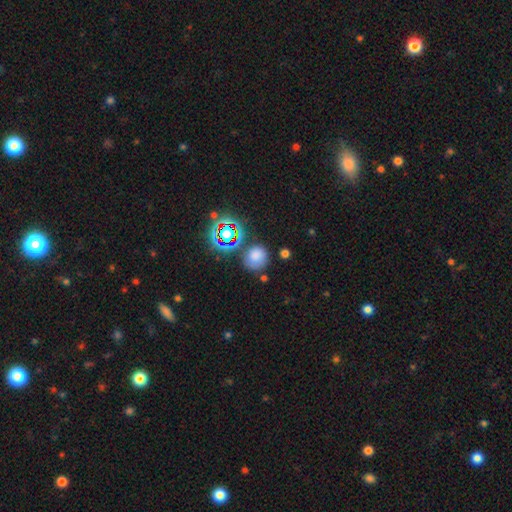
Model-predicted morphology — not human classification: Overall: smooth (71%). How rounded: round (81%). Merging: none (69%).